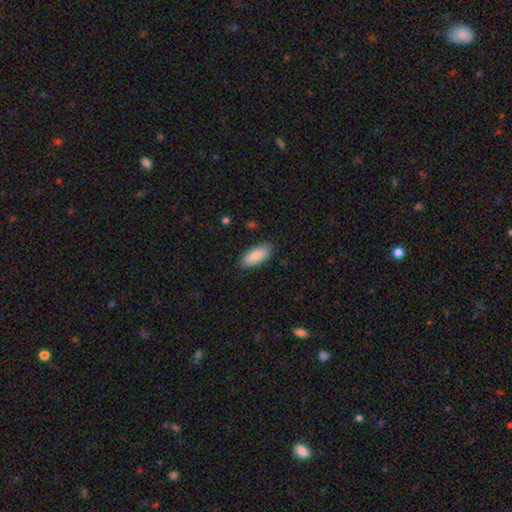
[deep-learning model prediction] smooth-or-featured: smooth: 88% | featured or disk: 6% | star or artifact: 6%
  how-rounded: in between: 88% | cigar-shaped: 10% | round: 2%
  merging: none: 83% | minor disturbance: 14% | major disturbance: 3% | merger: 1%